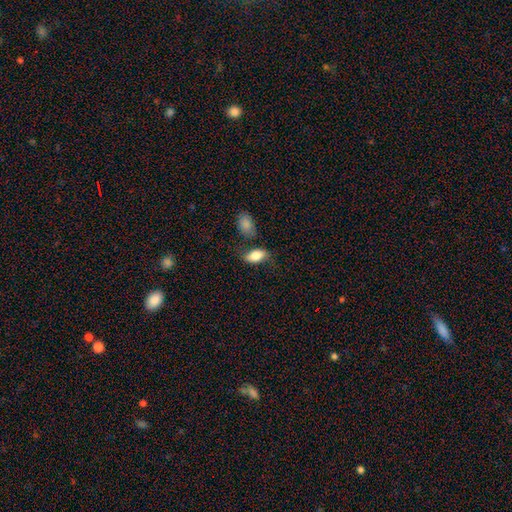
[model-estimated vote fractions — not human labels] A smooth galaxy with no disk features (81%) that is in between round and cigar-shaped (90%). Merging: none (63%).